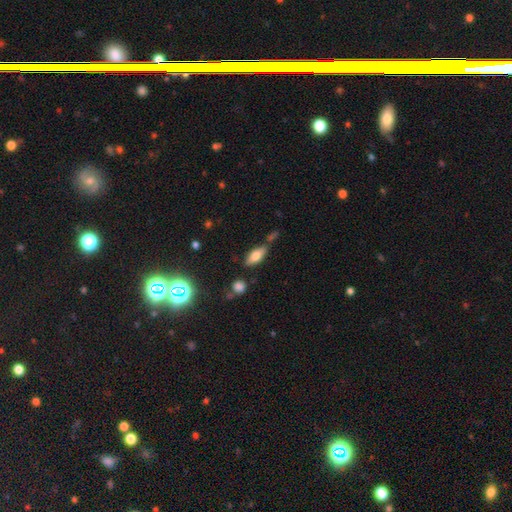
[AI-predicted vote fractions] smooth 71%, featured or disk 20%, star or artifact 9%. Down the decision tree: how rounded — in between (79%); merging — none (66%).